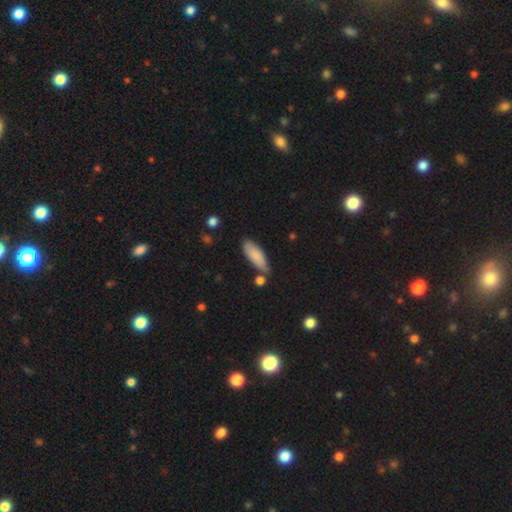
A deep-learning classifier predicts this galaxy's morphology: Smooth or featured?
  - smooth: 84% *
  - featured or disk: 10%
  - star or artifact: 6%
How rounded?
  - in between: 63% *
  - cigar-shaped: 35%
  - round: 2%
Merging?
  - none: 67% *
  - minor disturbance: 21%
  - merger: 8%
  - major disturbance: 4%